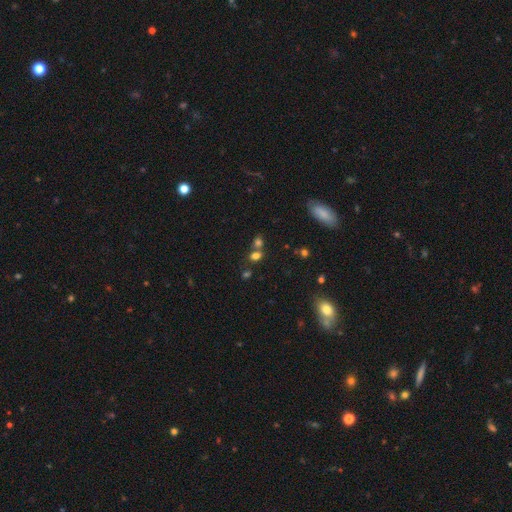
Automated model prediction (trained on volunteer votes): Morphology: type=smooth (69%); roundness=in between (50%); merging=none (49%).